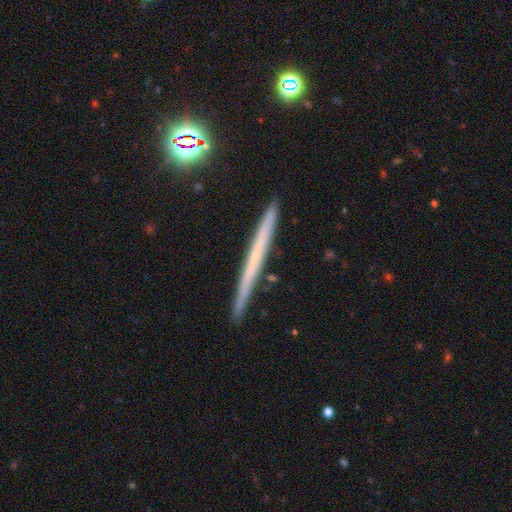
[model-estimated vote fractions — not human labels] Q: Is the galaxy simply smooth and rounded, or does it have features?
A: featured or disk — 53%.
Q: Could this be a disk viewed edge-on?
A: yes — 97%.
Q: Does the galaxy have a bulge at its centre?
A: none — 88%.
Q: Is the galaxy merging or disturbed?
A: none — 90%.